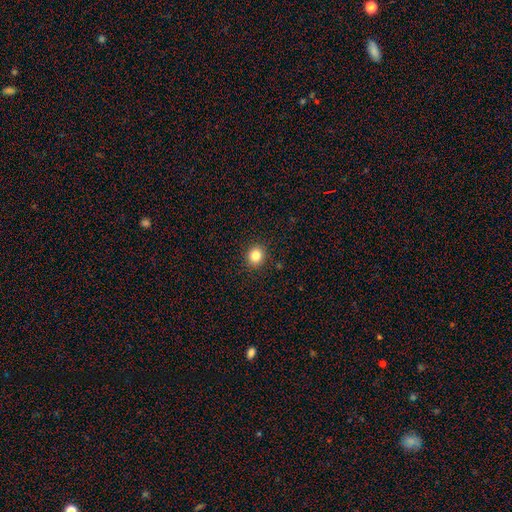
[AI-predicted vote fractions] This is clearly a smooth galaxy (83%). How rounded: clearly round (81%). Merging: clearly none (91%).